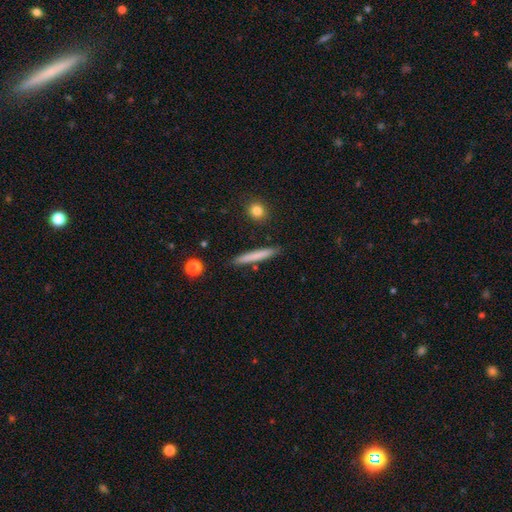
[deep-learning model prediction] smooth 73%, featured or disk 21%, star or artifact 6%. Down the decision tree: how rounded — cigar-shaped (96%); merging — none (89%).